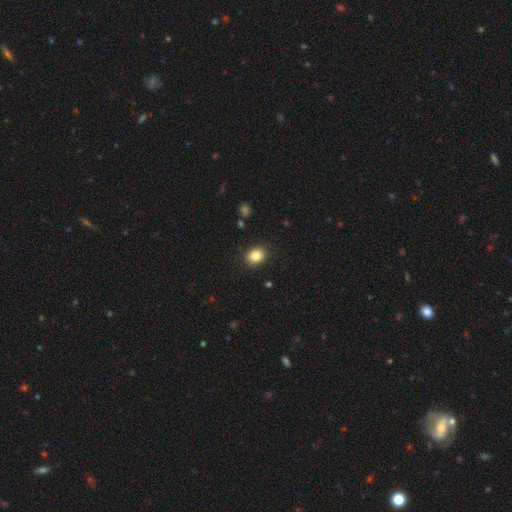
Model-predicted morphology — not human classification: This appears to be a smooth galaxy with no disk features (84%) that is in between round and cigar-shaped (54%). Merging: none (88%).